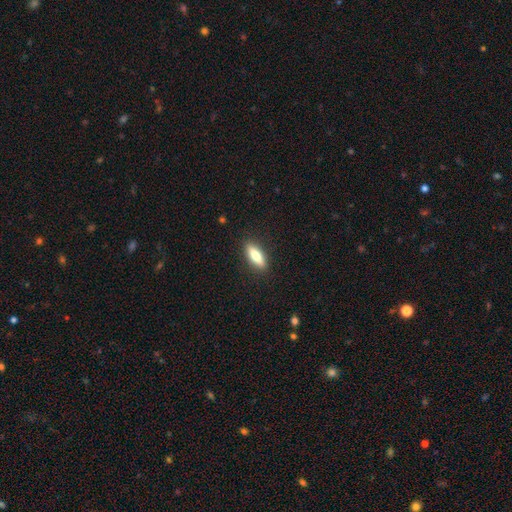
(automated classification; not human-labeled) The model was most divided on "how rounded": in between: 54%, cigar-shaped: 44%, round: 2%. More confident: merging — none (88%); smooth or featured — smooth (74%).